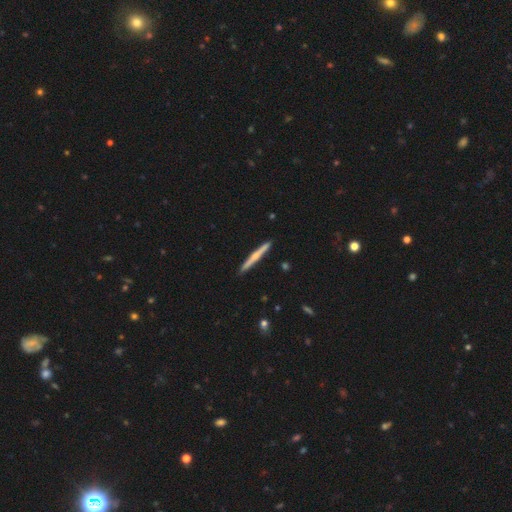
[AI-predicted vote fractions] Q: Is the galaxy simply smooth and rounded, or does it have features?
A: featured or disk — 51%.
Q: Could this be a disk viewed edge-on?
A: yes — 98%.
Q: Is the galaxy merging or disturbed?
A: none — 91%.